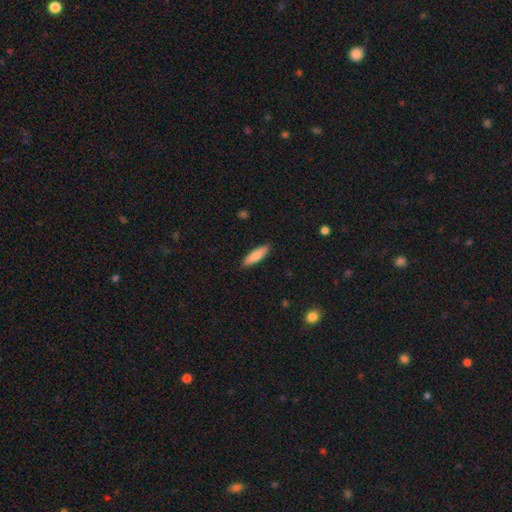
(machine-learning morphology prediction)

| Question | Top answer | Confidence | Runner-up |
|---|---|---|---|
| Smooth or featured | smooth | 81% | featured or disk (14%) |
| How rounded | cigar-shaped | 64% | in between (35%) |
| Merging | none | 89% | minor disturbance (8%) |